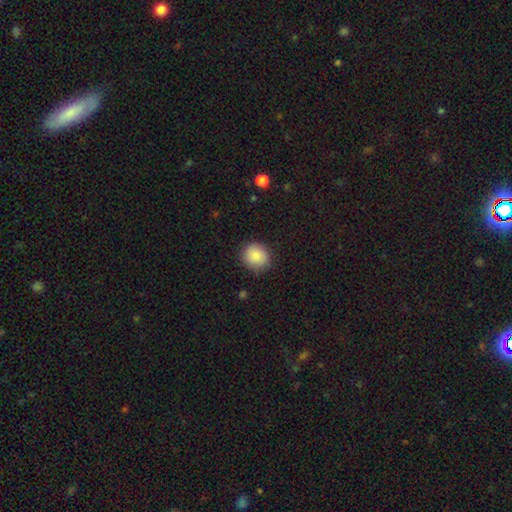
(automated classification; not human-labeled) Smooth or featured? smooth (87%)
How rounded? round (83%)
Merging? none (85%)